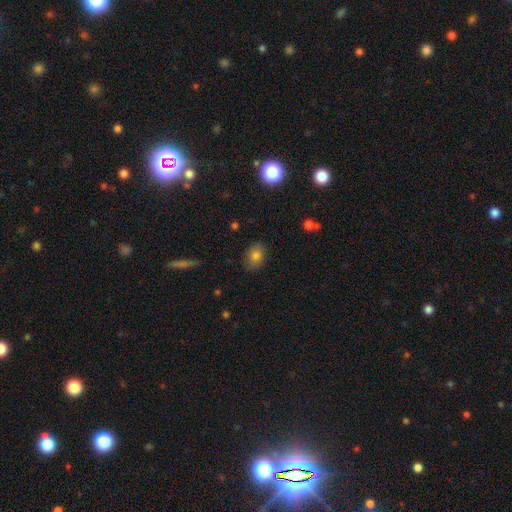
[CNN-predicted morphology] This appears to be a smooth galaxy with no disk features (81%) that is in between round and cigar-shaped (72%). Merging: none (82%).